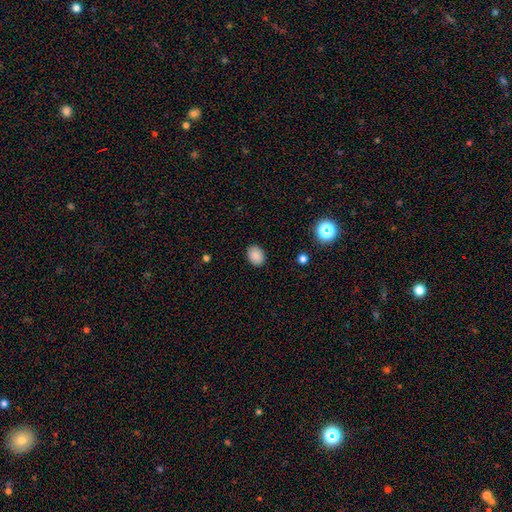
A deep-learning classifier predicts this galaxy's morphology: smooth 88%, star or artifact 9%, featured or disk 3%. Down the decision tree: how rounded — in between (63%); merging — none (88%).